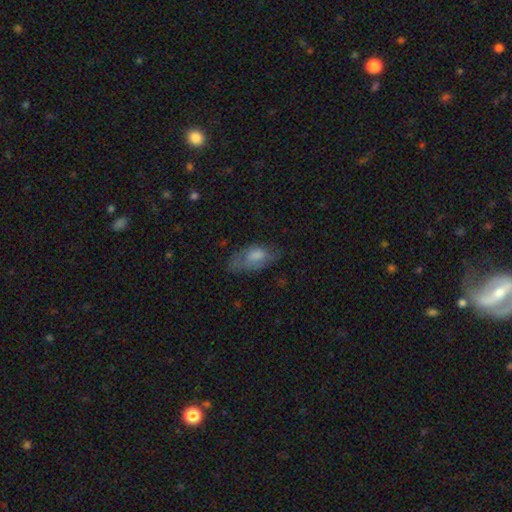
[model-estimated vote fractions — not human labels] The model was most divided on "merging": none: 52%, minor disturbance: 29%, major disturbance: 17%, merger: 2%. More confident: how rounded — in between (87%); smooth or featured — smooth (57%).